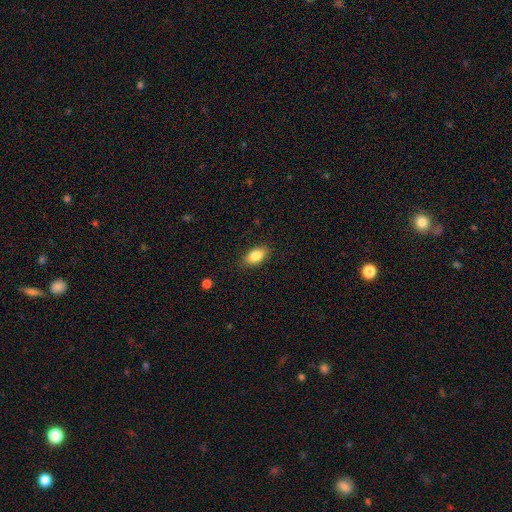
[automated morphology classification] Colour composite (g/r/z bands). It shows a smooth galaxy with no disk features (83%) that is in between round and cigar-shaped (90%). Merging: none (86%).